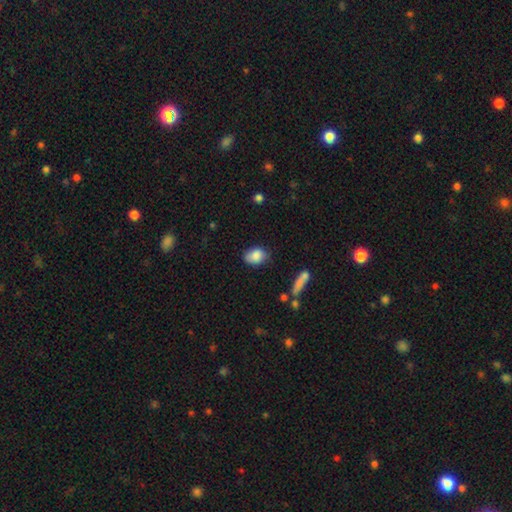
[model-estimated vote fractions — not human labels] Smooth or featured?
  - smooth: 85% *
  - star or artifact: 8%
  - featured or disk: 7%
How rounded?
  - in between: 78% *
  - round: 20%
  - cigar-shaped: 2%
Merging?
  - none: 71% *
  - minor disturbance: 22%
  - major disturbance: 4%
  - merger: 3%